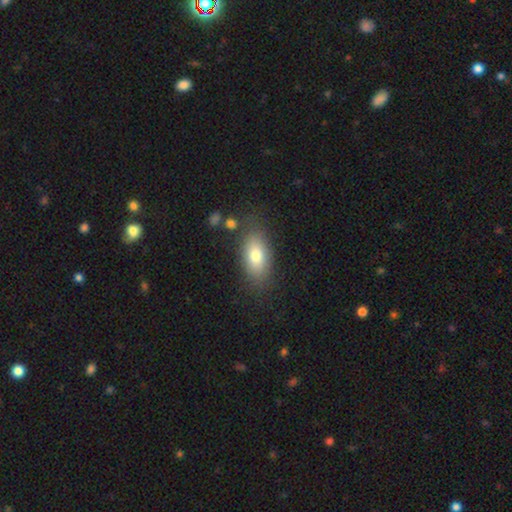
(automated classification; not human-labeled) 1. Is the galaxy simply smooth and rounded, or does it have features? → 78% smooth, 14% featured or disk, 8% star or artifact.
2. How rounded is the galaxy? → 88% in between, 6% round, 6% cigar-shaped.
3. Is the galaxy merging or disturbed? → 78% none, 14% minor disturbance, 5% major disturbance, 4% merger.